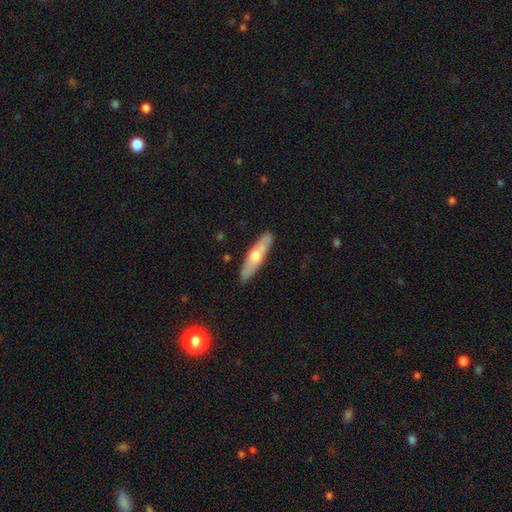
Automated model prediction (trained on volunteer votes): The model was most divided on "smooth or featured": featured or disk: 48%, smooth: 47%, star or artifact: 5%. More confident: merging — none (86%).